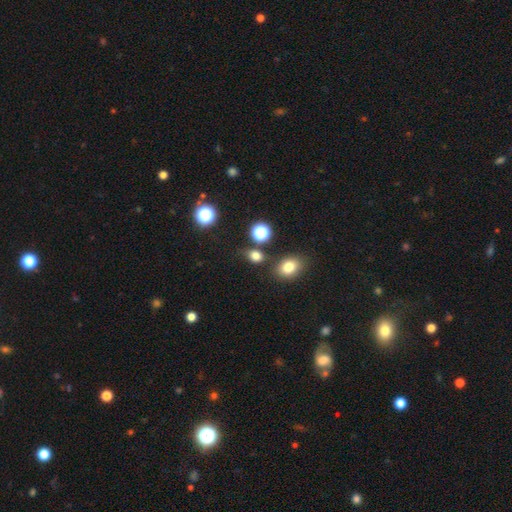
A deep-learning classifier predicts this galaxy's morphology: smooth_or_featured: smooth (p=0.75) [alt: star or artifact p=0.18]
how_rounded: round (p=0.49) [tied with: in between p=0.49]
merging: none (p=0.74) [alt: minor disturbance p=0.13]